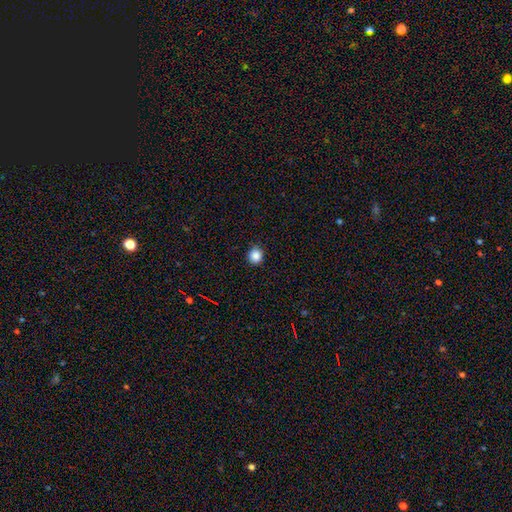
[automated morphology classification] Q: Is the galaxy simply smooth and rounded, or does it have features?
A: smooth — 86%.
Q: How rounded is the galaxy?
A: round — 88%.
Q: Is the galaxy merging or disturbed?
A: none — 88%.